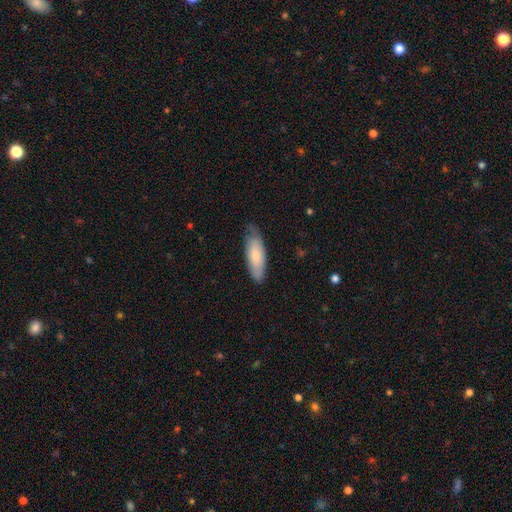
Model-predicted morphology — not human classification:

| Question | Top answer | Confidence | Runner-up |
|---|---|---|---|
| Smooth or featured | smooth | 75% | featured or disk (20%) |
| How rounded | in between | 62% | cigar-shaped (37%) |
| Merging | none | 67% | minor disturbance (26%) |